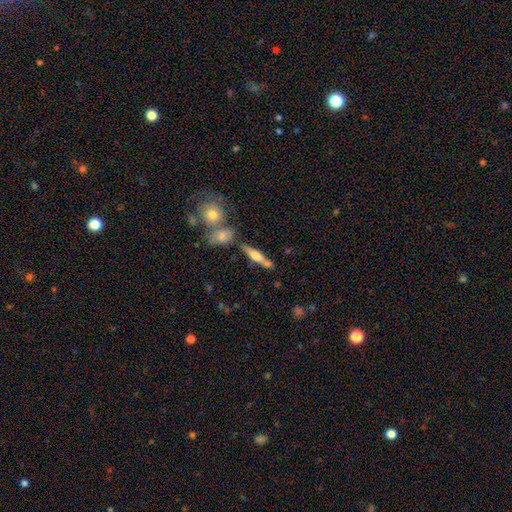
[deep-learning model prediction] A featured or disk galaxy (51%) viewed edge-on (92%). Merging: none (69%).